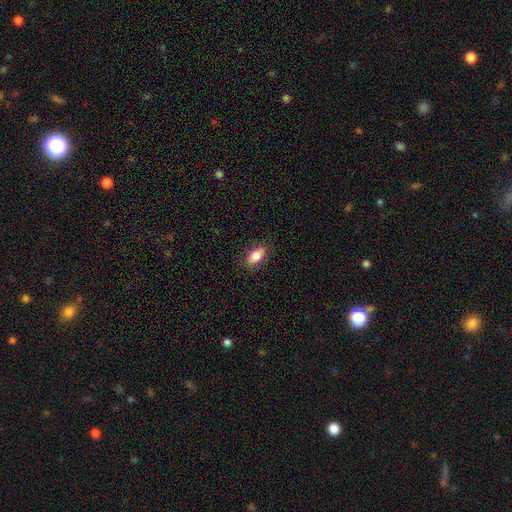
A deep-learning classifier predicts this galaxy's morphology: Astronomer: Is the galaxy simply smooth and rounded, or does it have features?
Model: smooth — 79%.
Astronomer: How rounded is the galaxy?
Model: in between — 85%.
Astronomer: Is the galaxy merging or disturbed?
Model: none — 85%.